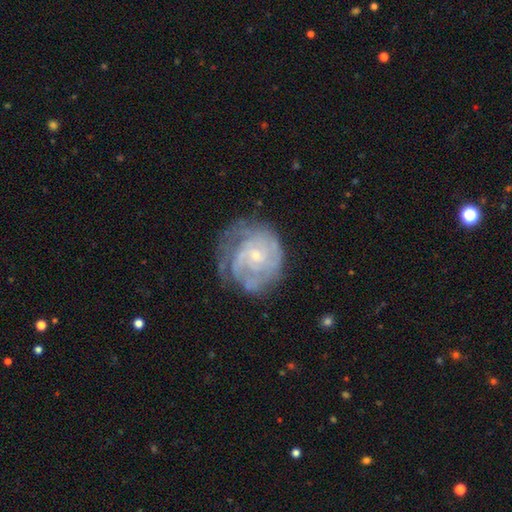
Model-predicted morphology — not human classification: featured or disk 80%, smooth 14%, star or artifact 6%. Down the decision tree: edge-on disk — no (98%); bar — no (70%); spiral arms — yes (89%); spiral arm count — can't tell (43%); spiral winding — tight (62%); bulge size — small (72%); merging — none (59%).